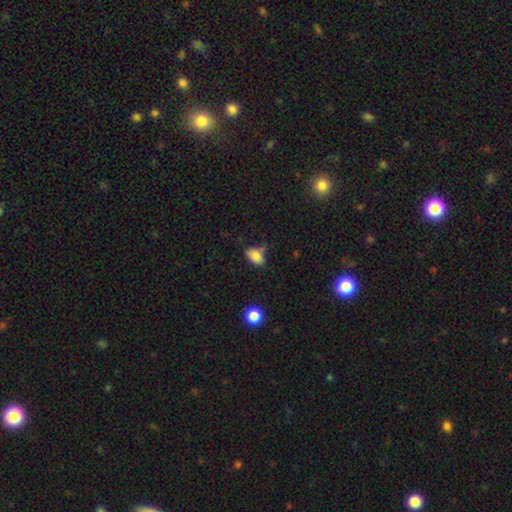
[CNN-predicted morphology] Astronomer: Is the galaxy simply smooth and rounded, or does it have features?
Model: smooth — 82%.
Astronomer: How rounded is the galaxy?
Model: in between — 83%.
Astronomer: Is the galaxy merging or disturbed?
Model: none — 52% (runner-up: minor disturbance, 32%).